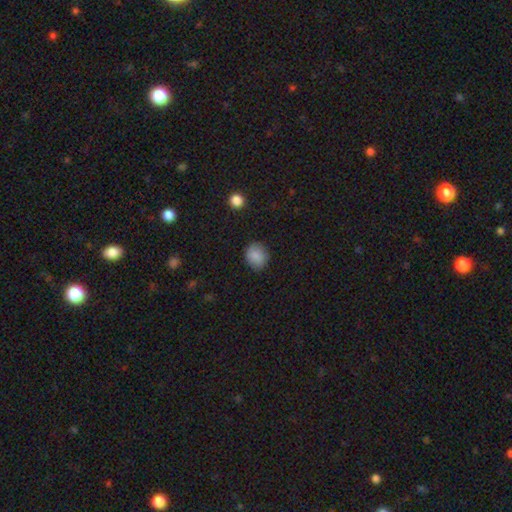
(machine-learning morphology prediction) The model was most divided on "how rounded": round: 65%, in between: 34%, cigar-shaped: 1%. More confident: smooth or featured — smooth (87%); merging — none (85%).